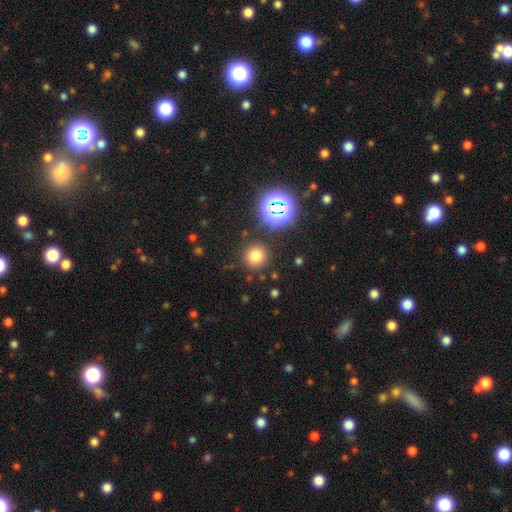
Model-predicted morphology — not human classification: Smooth or featured? Predicted: smooth (p=0.72). How rounded? Predicted: round (p=0.94). Merging? Predicted: none (p=0.87).